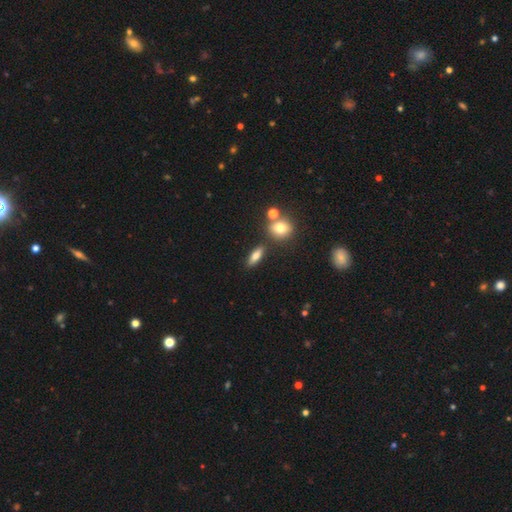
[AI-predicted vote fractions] A smooth galaxy with no disk features (70%) that is in between round and cigar-shaped (52%). Merging: none (80%).